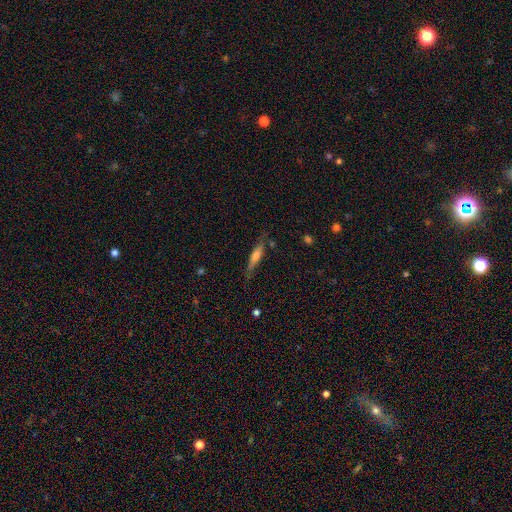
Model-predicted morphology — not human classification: smooth-or-featured: featured or disk: 48% | smooth: 44% | star or artifact: 8%
  merging: none: 75% | minor disturbance: 18% | major disturbance: 5% | merger: 2%